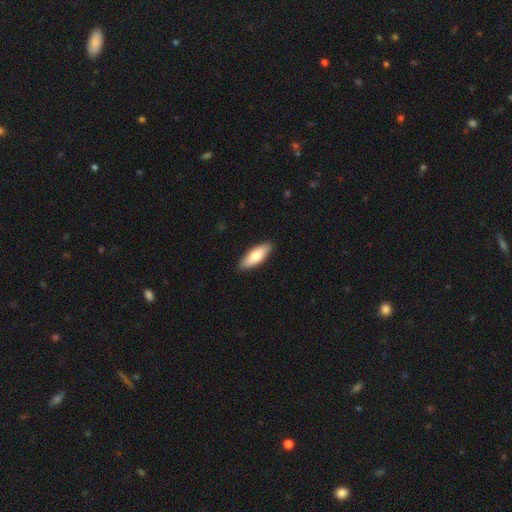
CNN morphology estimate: The model was most divided on "how rounded": in between: 64%, cigar-shaped: 34%, round: 2%. More confident: merging — none (89%); smooth or featured — smooth (73%).